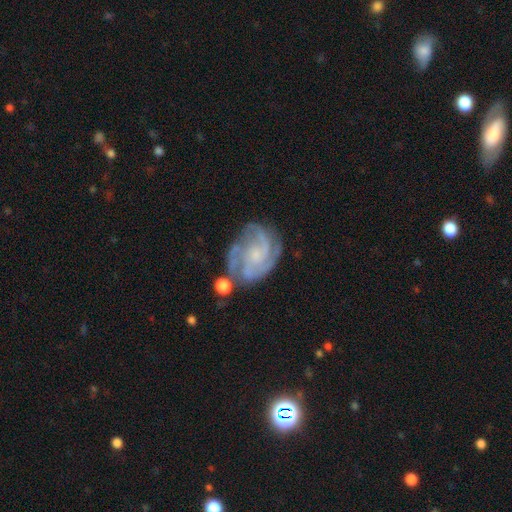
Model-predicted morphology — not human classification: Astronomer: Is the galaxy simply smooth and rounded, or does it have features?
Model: featured or disk — 86%.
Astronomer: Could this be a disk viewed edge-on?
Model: no — 98%.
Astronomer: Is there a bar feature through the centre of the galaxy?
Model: no — 66%.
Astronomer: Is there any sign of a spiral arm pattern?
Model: yes — 97%.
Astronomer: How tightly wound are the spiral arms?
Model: tight — 53% (runner-up: medium, 39%).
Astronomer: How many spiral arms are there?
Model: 3 — 41% (runner-up: 2, 18%).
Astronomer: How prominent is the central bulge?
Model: small — 63%.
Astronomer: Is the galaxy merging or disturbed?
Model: none — 63%.